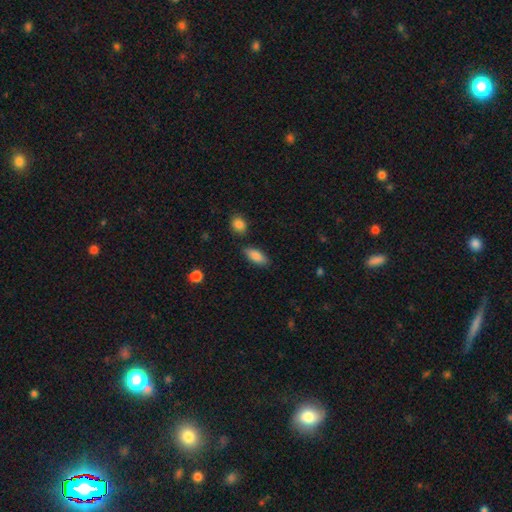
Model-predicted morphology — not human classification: A smooth galaxy with no disk features (85%) that is in between round and cigar-shaped (84%). Merging: none (82%).